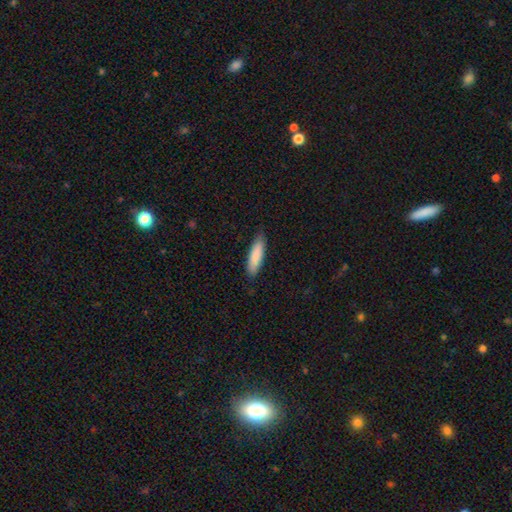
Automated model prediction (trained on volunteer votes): This appears to be a smooth galaxy with no disk features (86%) that is cigar-shaped (62%). Merging: none (82%).